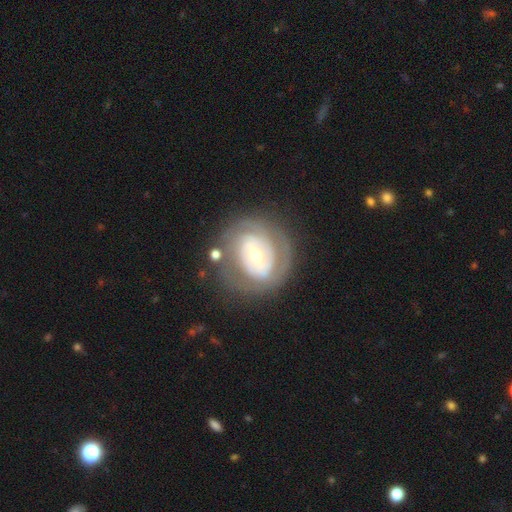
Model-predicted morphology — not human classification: featured or disk 73%, smooth 21%, star or artifact 6%. Down the decision tree: edge-on disk — no (96%); bar — weak (39%); spiral arms — yes (66%); bulge size — small (51%); merging — none (69%).